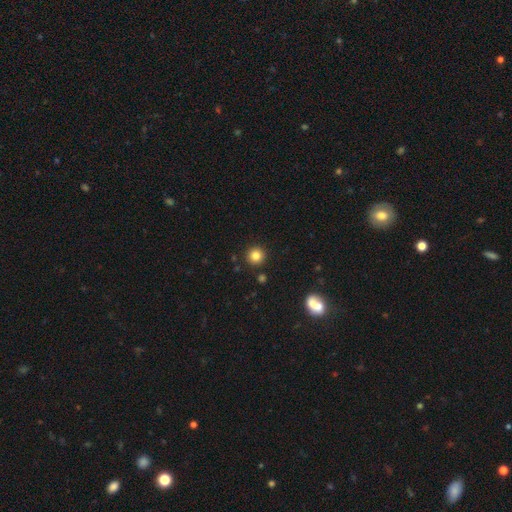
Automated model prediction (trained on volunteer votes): Smooth or featured? Predicted: smooth (p=0.83). How rounded? Predicted: round (p=0.95). Merging? Predicted: none (p=0.91).